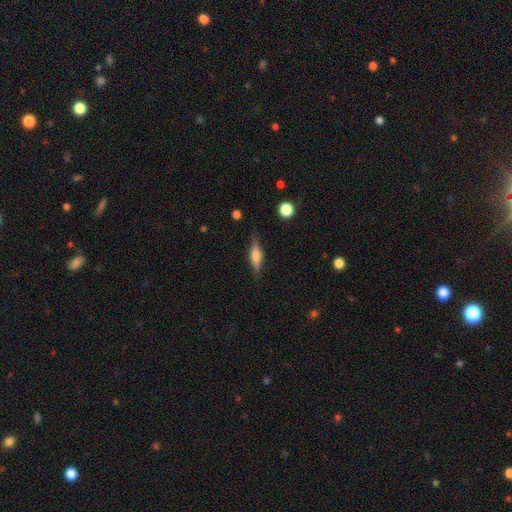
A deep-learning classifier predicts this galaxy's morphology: This appears to be a featured or disk galaxy (53%) viewed edge-on (95%) with a rounded central bulge (75%). Merging: none (83%).